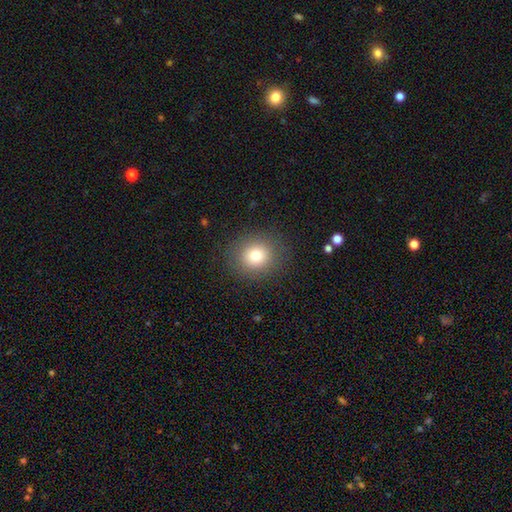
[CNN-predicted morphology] smooth_or_featured: smooth (p=0.77) [alt: star or artifact p=0.13]
how_rounded: round (p=0.82) [alt: in between p=0.17]
merging: none (p=0.87) [alt: minor disturbance p=0.08]